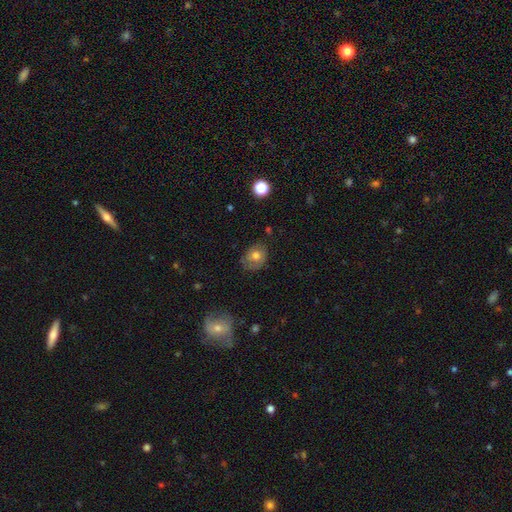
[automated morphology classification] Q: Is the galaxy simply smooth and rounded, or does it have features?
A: smooth — 67%.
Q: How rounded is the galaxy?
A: in between — 51%.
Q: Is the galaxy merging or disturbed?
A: none — 68%.